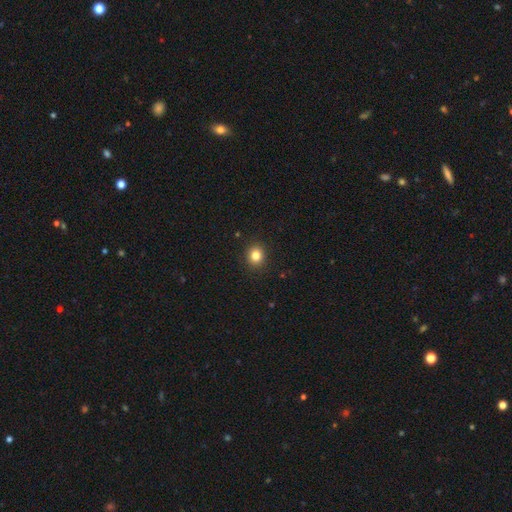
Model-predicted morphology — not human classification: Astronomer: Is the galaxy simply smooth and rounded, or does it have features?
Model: smooth — 83%.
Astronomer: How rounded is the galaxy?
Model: round — 80%.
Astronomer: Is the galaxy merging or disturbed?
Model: none — 91%.